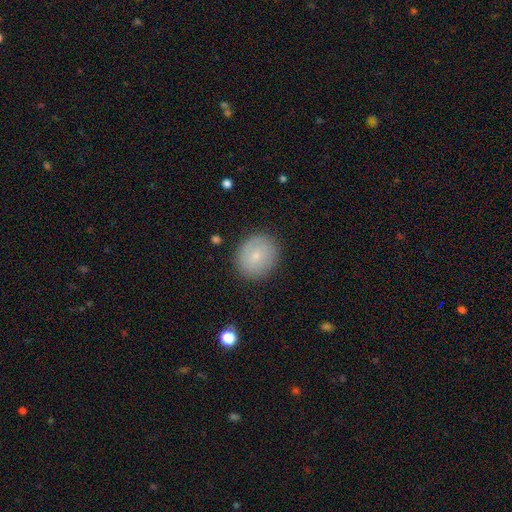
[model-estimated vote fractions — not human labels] smooth_or_featured: smooth (p=0.72) [alt: featured or disk p=0.20]
how_rounded: round (p=0.75) [alt: in between p=0.24]
merging: none (p=0.86) [alt: minor disturbance p=0.10]